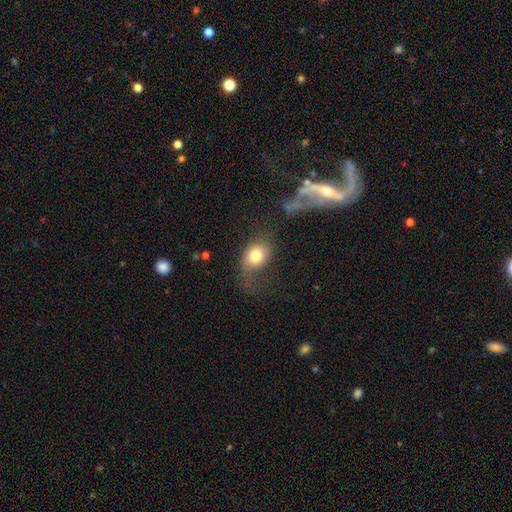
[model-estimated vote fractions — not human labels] Smooth or featured: smooth — 73% (featured or disk — 18%)
How rounded: in between — 59% (round — 39%)
Merging: none — 39% (major disturbance — 30%)